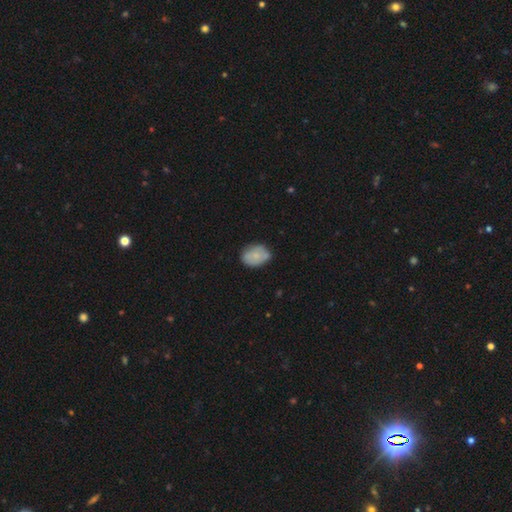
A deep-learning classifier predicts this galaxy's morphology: smooth_or_featured: smooth (p=0.72) [alt: featured or disk p=0.21]
how_rounded: in between (p=0.73) [alt: round p=0.26]
merging: none (p=0.63) [alt: minor disturbance p=0.27]